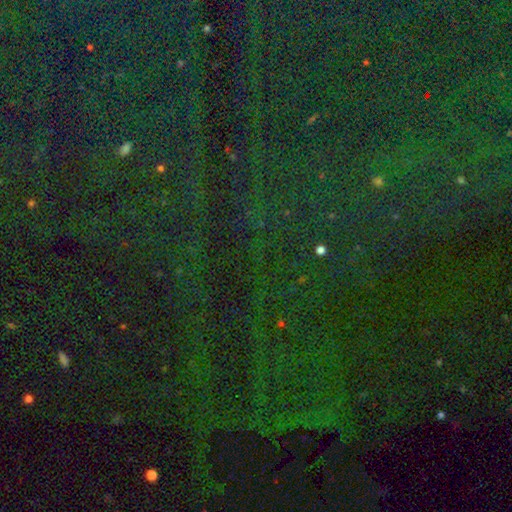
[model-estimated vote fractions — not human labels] A star or artifact, not a galaxy (82%).

Vote fractions:
- Smooth or featured? star or artifact: 82% / smooth: 10% / featured or disk: 8%